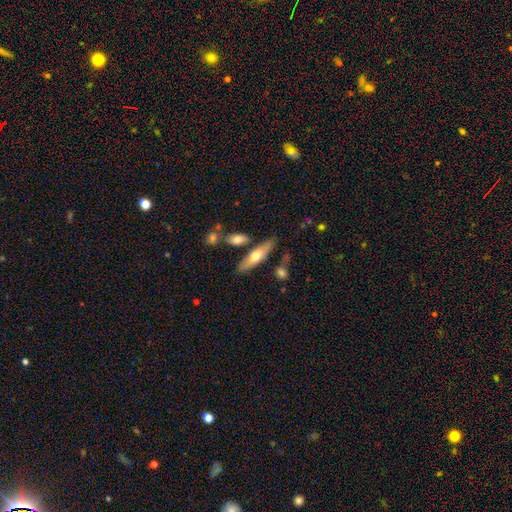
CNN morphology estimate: This appears to be a smooth galaxy with no disk features (51%) that is cigar-shaped (64%). Merging: none (75%).